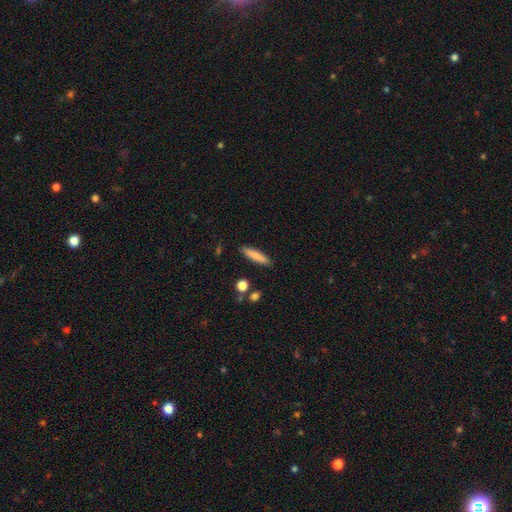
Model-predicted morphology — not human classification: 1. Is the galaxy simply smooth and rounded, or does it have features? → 80% smooth, 13% featured or disk, 7% star or artifact.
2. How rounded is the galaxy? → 86% cigar-shaped, 12% in between, 2% round.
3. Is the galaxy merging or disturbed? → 88% none, 8% minor disturbance, 2% merger, 2% major disturbance.